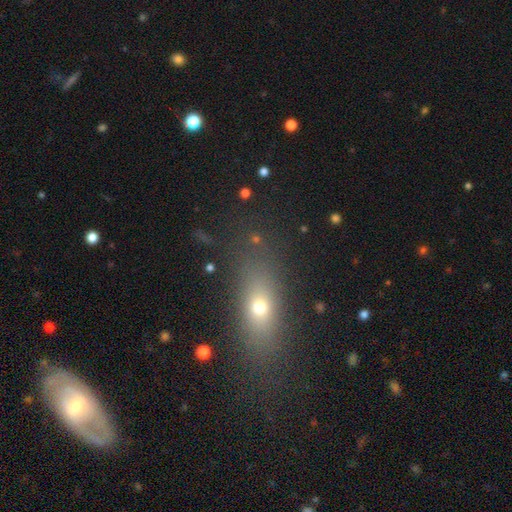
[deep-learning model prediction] The model was most divided on "smooth or featured": smooth: 57%, featured or disk: 22%, star or artifact: 21%. More confident: merging — none (82%); how rounded — in between (62%).